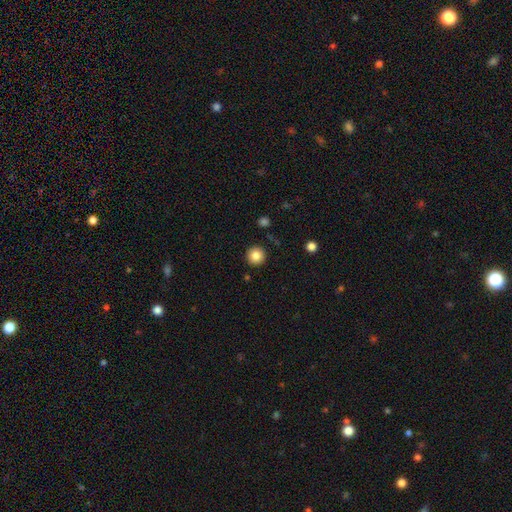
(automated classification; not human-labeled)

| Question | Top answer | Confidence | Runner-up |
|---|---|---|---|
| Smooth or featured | smooth | 85% | star or artifact (10%) |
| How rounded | round | 95% | in between (4%) |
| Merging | none | 91% | minor disturbance (6%) |